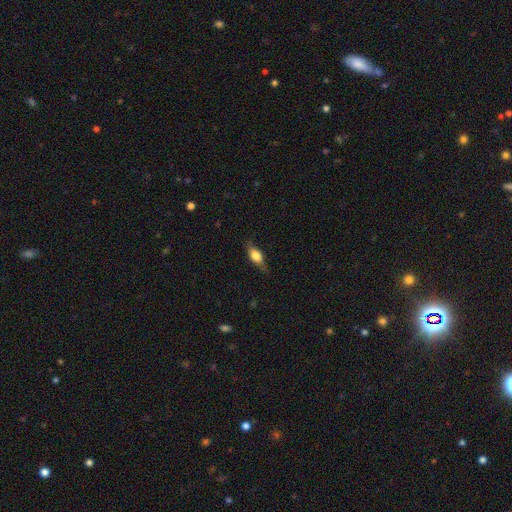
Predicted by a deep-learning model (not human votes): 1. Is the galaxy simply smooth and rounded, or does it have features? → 61% smooth, 31% featured or disk, 8% star or artifact.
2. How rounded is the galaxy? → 73% in between, 20% cigar-shaped, 7% round.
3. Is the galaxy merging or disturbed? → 71% none, 22% minor disturbance, 6% major disturbance, 1% merger.